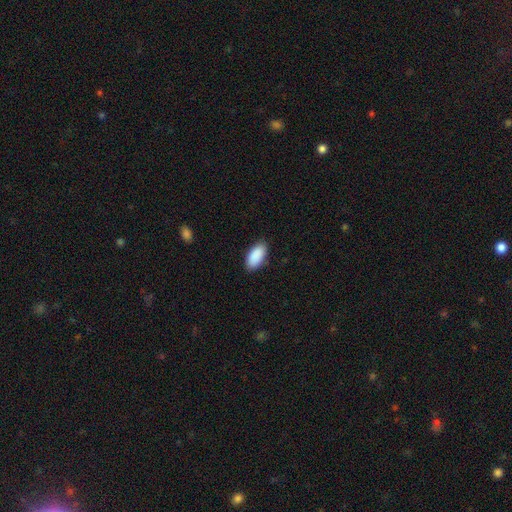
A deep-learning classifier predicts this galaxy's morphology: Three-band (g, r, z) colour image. It shows a smooth galaxy with no disk features (91%) that is in between round and cigar-shaped (93%). Merging: none (87%).